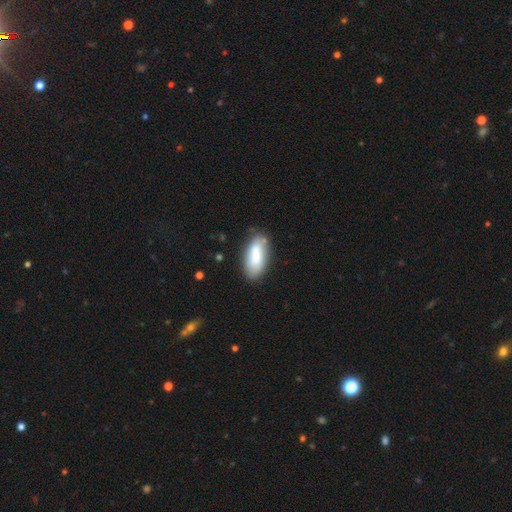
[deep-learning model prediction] smooth-or-featured: smooth: 75% | featured or disk: 19% | star or artifact: 7%
  how-rounded: in between: 84% | cigar-shaped: 14% | round: 2%
  merging: none: 70% | minor disturbance: 19% | merger: 6% | major disturbance: 5%